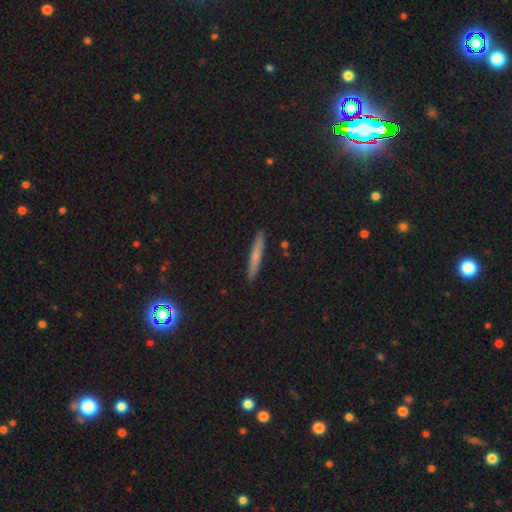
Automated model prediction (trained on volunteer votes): A smooth galaxy with no disk features (65%) that is cigar-shaped (94%). Merging: none (91%).